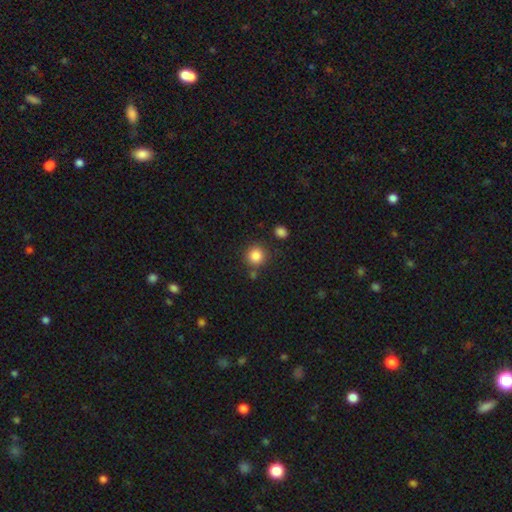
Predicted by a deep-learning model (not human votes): Q: Smooth or featured?
A: smooth (85%); runner-up: star or artifact (11%)
Q: How rounded?
A: round (91%); runner-up: in between (8%)
Q: Merging?
A: none (80%); runner-up: minor disturbance (10%)